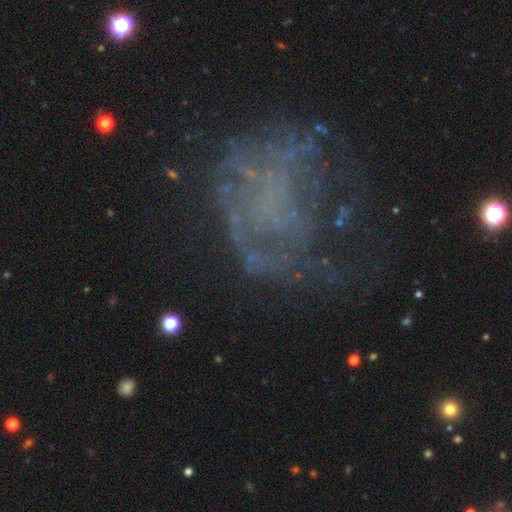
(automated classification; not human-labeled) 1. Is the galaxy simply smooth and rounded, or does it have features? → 59% featured or disk, 22% star or artifact, 19% smooth.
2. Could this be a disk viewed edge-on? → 98% no, 2% yes.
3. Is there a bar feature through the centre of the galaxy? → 88% no, 9% weak, 3% strong.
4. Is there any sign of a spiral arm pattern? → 71% no, 29% yes.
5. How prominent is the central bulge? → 81% none, 10% small, 5% moderate, 2% large, 1% dominant.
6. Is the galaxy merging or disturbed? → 42% none, 36% major disturbance, 19% minor disturbance, 3% merger.